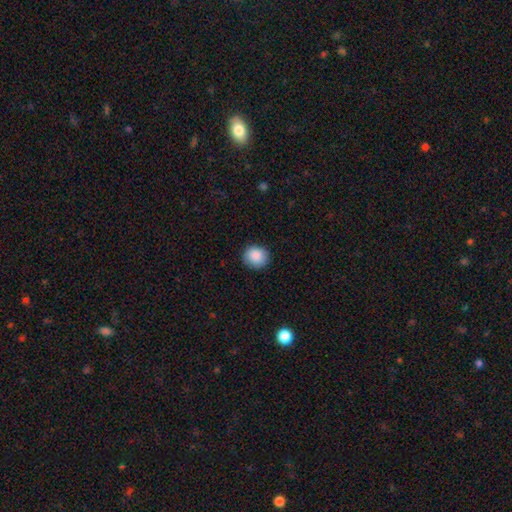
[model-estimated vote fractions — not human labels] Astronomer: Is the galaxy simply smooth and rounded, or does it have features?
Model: smooth — 88%.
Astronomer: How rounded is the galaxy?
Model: round — 87%.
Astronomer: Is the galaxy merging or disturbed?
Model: none — 88%.